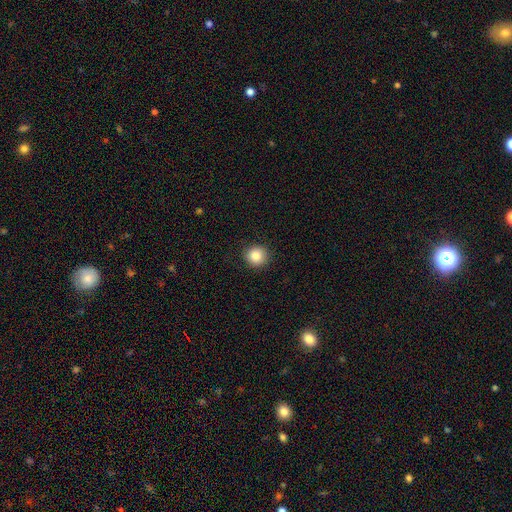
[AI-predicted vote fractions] Overall: smooth (85%). How rounded: round (92%). Merging: none (91%).